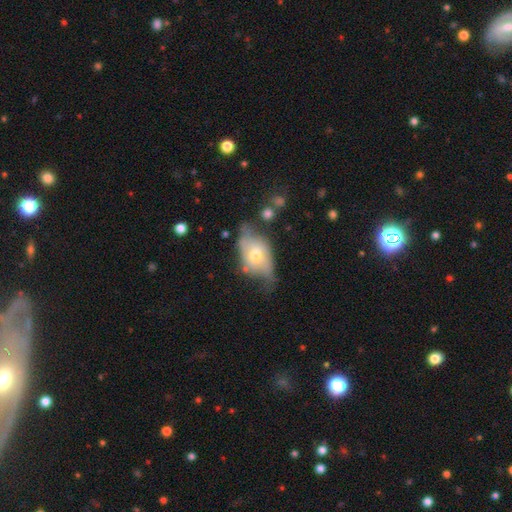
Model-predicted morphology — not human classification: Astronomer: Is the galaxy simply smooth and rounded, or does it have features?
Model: featured or disk — 50% (runner-up: smooth, 42%).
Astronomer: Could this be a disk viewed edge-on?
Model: no — 78%.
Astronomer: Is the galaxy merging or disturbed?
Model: none — 39% (runner-up: minor disturbance, 34%).